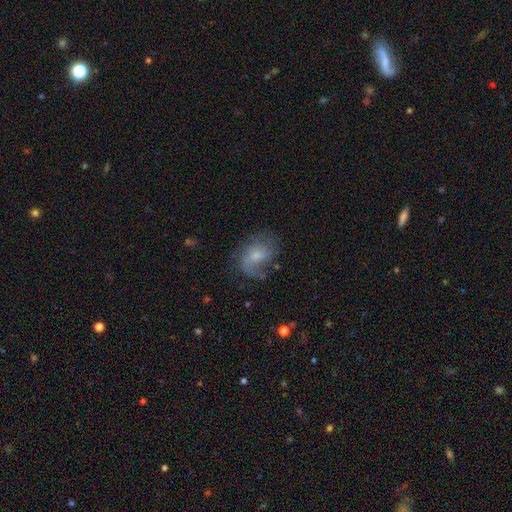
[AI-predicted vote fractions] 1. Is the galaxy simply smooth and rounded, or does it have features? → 60% featured or disk, 31% smooth, 9% star or artifact.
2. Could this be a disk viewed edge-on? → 97% no, 3% yes.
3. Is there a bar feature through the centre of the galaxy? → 61% no, 34% weak, 5% strong.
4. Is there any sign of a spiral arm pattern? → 84% yes, 16% no.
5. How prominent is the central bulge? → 42% small (tied), 42% moderate (tied), 9% none, 6% large, 1% dominant.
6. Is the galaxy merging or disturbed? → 55% none, 23% minor disturbance, 19% major disturbance, 2% merger.